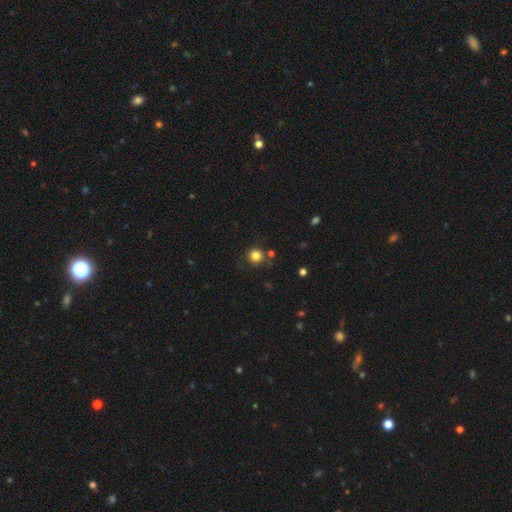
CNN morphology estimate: Q: Smooth or featured?
A: smooth (82%); runner-up: star or artifact (13%)
Q: How rounded?
A: round (93%); runner-up: in between (6%)
Q: Merging?
A: none (80%); runner-up: minor disturbance (11%)